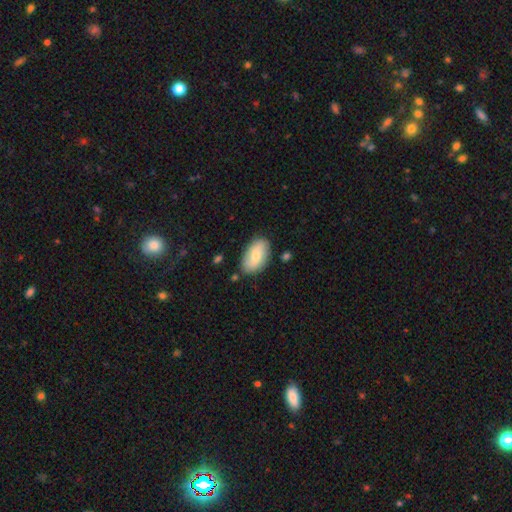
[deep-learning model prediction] smooth_or_featured: smooth (p=0.67) [alt: featured or disk p=0.27]
how_rounded: in between (p=0.94) [alt: round p=0.04]
merging: none (p=0.81) [alt: minor disturbance p=0.14]